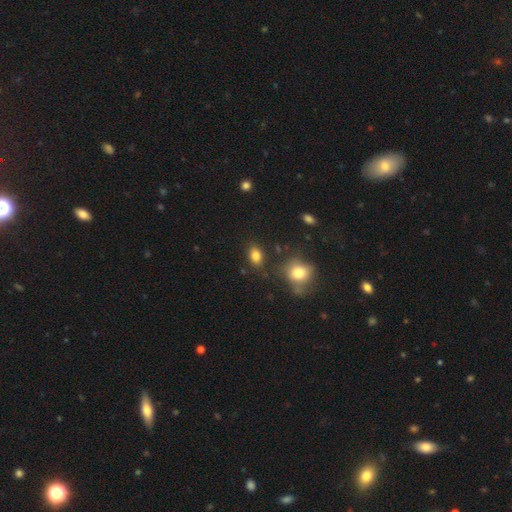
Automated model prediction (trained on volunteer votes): smooth 84%, star or artifact 11%, featured or disk 6%. Down the decision tree: how rounded — in between (79%); merging — none (79%).